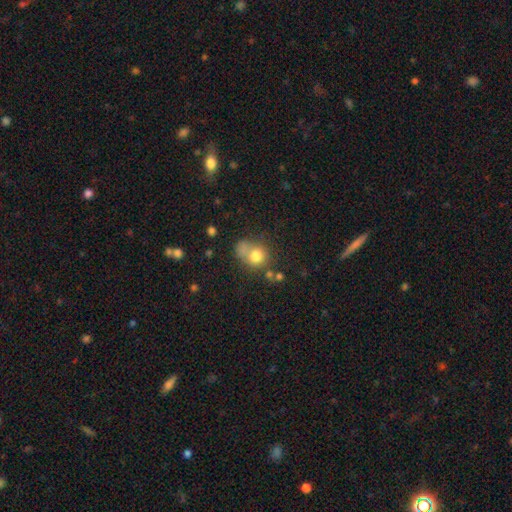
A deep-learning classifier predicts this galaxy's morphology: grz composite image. It shows a smooth galaxy with no disk features (76%) that is round (66%). Merging: none (38%).